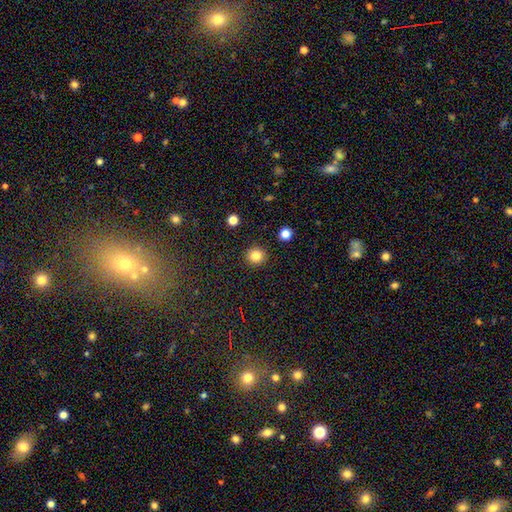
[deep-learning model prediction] This appears to be a smooth galaxy with no disk features (83%) that is round (93%). Merging: none (92%).